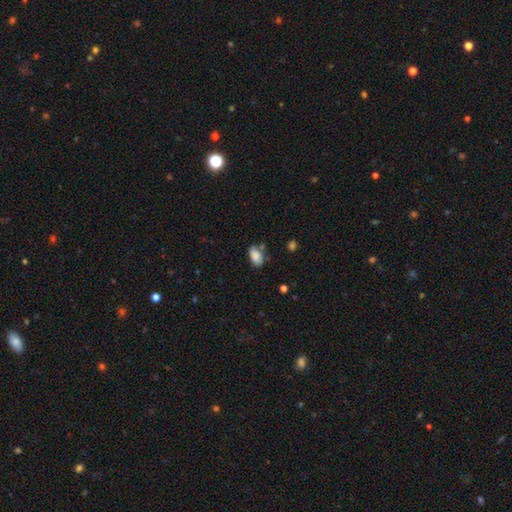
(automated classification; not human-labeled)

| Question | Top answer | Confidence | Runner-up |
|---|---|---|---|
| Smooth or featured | smooth | 85% | star or artifact (8%) |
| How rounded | in between | 92% | round (6%) |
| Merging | none | 62% | minor disturbance (23%) |